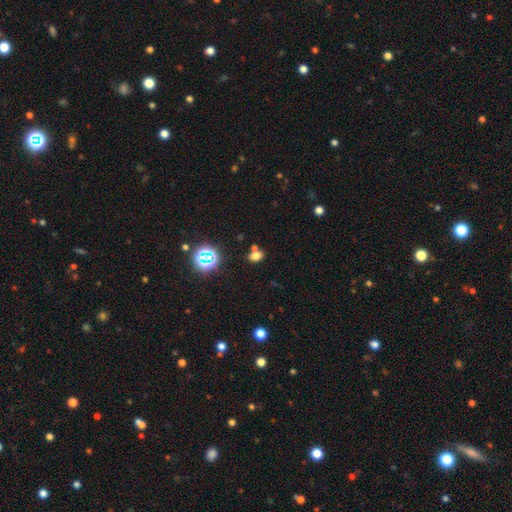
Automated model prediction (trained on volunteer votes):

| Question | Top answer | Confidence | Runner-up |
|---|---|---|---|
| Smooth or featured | smooth | 68% | star or artifact (22%) |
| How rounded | in between | 68% | round (31%) |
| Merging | none | 57% | merger (28%) |